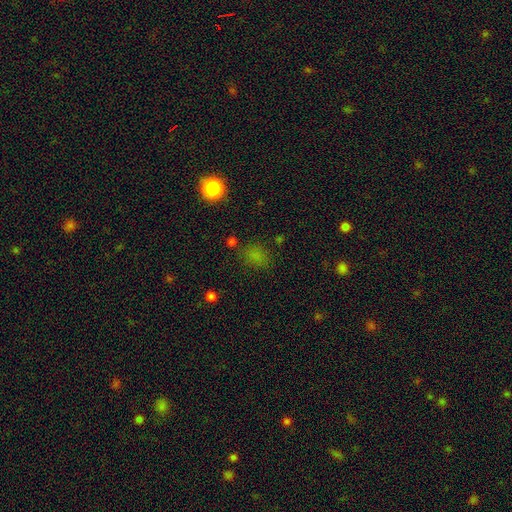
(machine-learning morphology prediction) smooth-or-featured: smooth: 68% | star or artifact: 25% | featured or disk: 6%
  how-rounded: round: 51% | in between: 48% | cigar-shaped: 2%
  merging: none: 71% | minor disturbance: 17% | major disturbance: 7% | merger: 5%